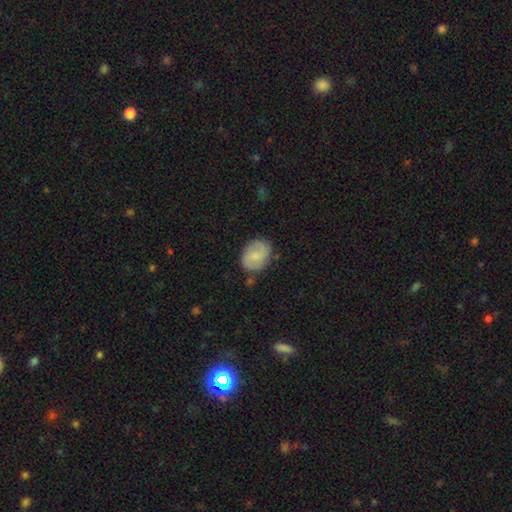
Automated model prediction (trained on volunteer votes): smooth 63%, featured or disk 30%, star or artifact 7%. Down the decision tree: how rounded — in between (60%); merging — none (76%).